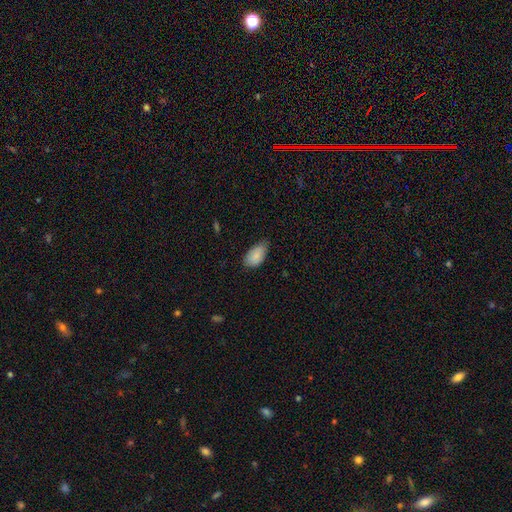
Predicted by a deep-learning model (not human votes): This is clearly a smooth galaxy (86%). How rounded: clearly in between (94%). Merging: possibly none (59%).